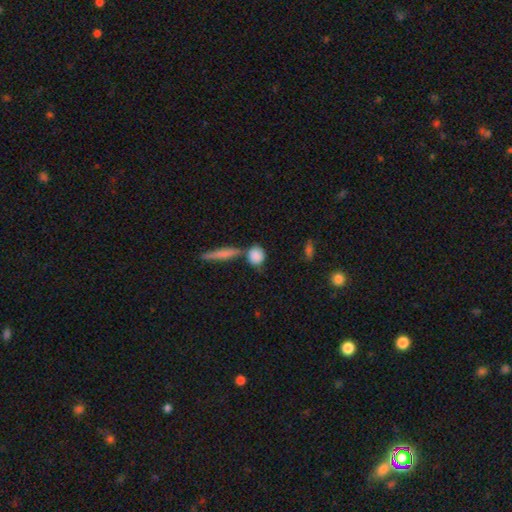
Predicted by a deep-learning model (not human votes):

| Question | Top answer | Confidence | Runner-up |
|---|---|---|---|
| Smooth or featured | smooth | 84% | featured or disk (9%) |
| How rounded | round | 69% | in between (23%) |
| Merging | none | 58% | merger (22%) |